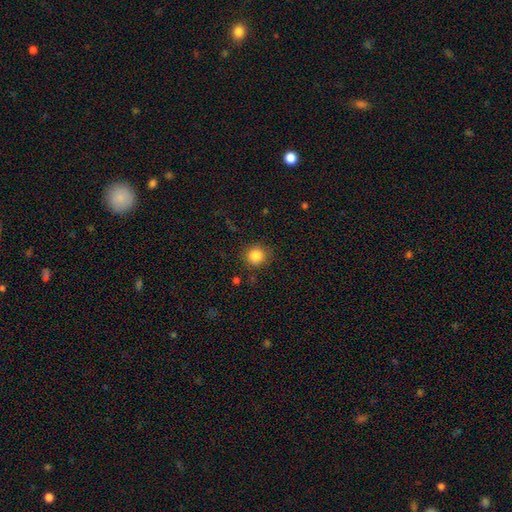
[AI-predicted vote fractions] A smooth galaxy with no disk features (84%) that is round (89%).

Vote fractions:
- Smooth or featured? smooth: 84% / star or artifact: 11% / featured or disk: 5%
- How rounded? round: 89% / in between: 10% / cigar-shaped: 1%
- Merging? none: 85% / minor disturbance: 10% / major disturbance: 3% / merger: 2%